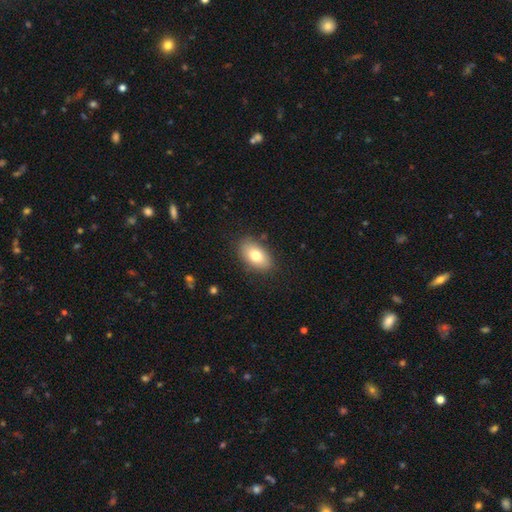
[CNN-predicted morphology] smooth 77%, featured or disk 15%, star or artifact 8%. Down the decision tree: how rounded — in between (91%); merging — none (85%).